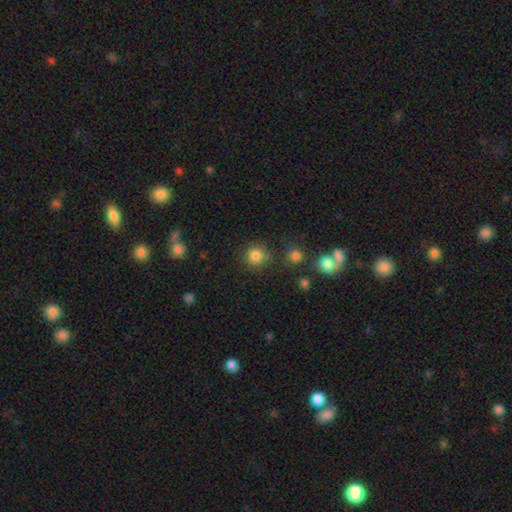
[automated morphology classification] This appears to be a smooth galaxy with no disk features (82%) that is round (92%). Merging: none (81%).